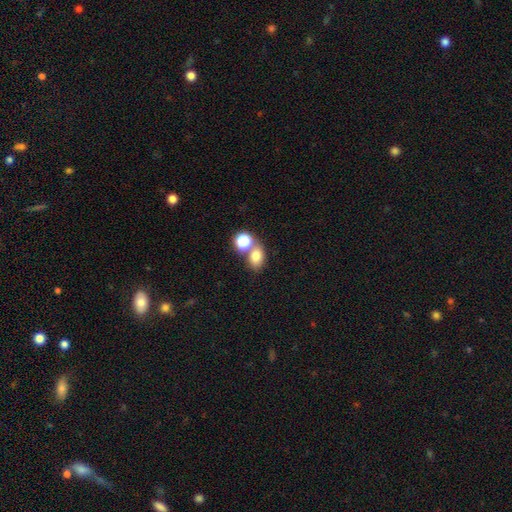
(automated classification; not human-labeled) Overall: smooth (76%). How rounded: in between (65%; round 34%). Merging: none (52%; merger 34%).